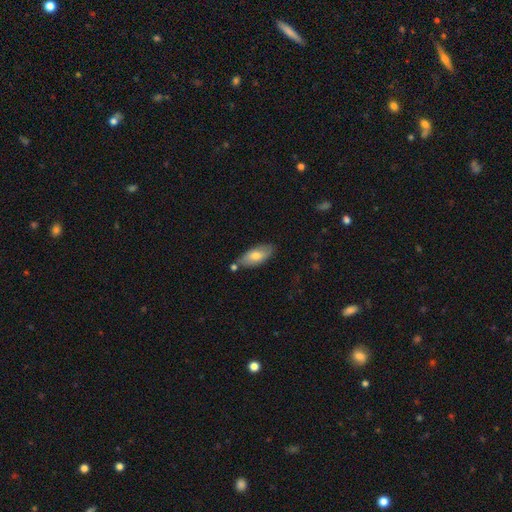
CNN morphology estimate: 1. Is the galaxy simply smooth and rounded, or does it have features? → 71% smooth, 23% featured or disk, 6% star or artifact.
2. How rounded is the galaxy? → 87% in between, 11% cigar-shaped, 2% round.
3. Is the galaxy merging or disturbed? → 71% none, 17% minor disturbance, 9% merger, 3% major disturbance.